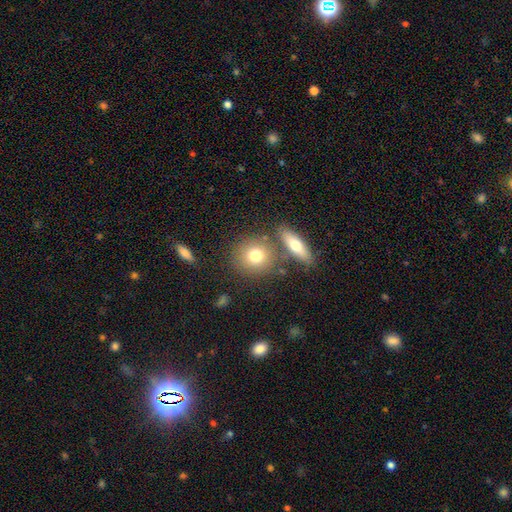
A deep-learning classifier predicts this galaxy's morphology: This appears to be a smooth galaxy with no disk features (76%) that is round (81%). Merging: none (69%).